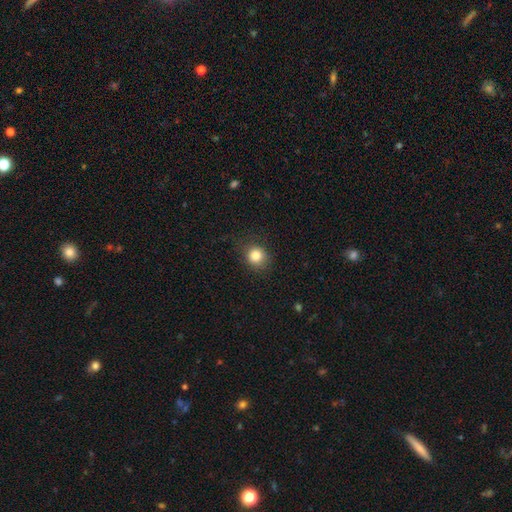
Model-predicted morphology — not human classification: A smooth galaxy with no disk features (83%) that is round (82%). Merging: none (80%).